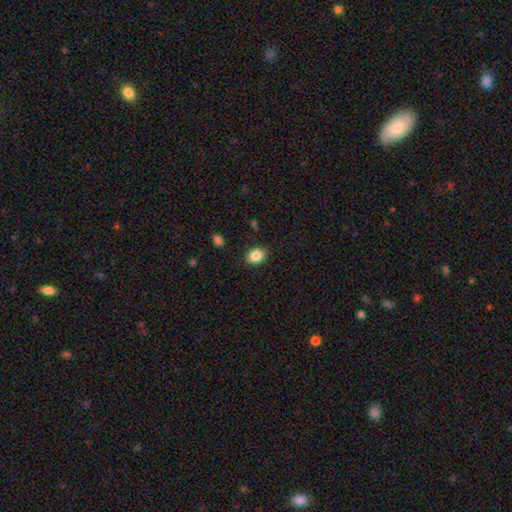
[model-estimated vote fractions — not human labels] Q: Smooth or featured?
A: smooth (86%); runner-up: star or artifact (9%)
Q: How rounded?
A: in between (61%); runner-up: round (39%)
Q: Merging?
A: none (89%); runner-up: minor disturbance (8%)